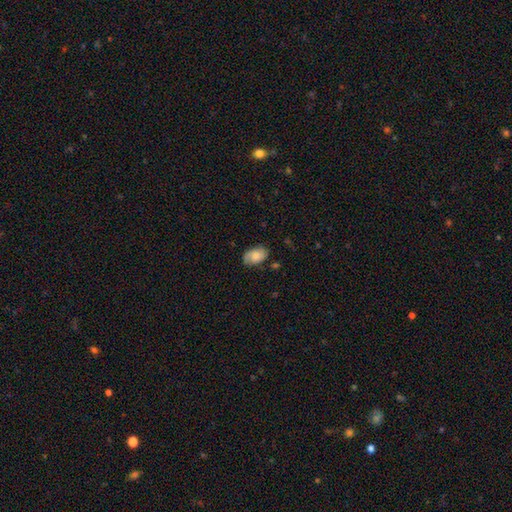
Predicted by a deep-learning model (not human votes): Q: Smooth or featured?
A: smooth (55%); runner-up: featured or disk (36%)
Q: How rounded?
A: in between (89%); runner-up: round (9%)
Q: Merging?
A: none (74%); runner-up: minor disturbance (19%)